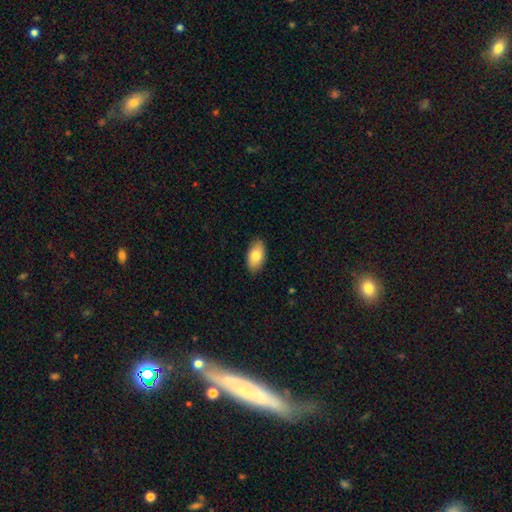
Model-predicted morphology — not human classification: smooth-or-featured: smooth: 80% | featured or disk: 14% | star or artifact: 6%
  how-rounded: in between: 94% | round: 4% | cigar-shaped: 2%
  merging: none: 88% | minor disturbance: 9% | major disturbance: 2% | merger: 1%